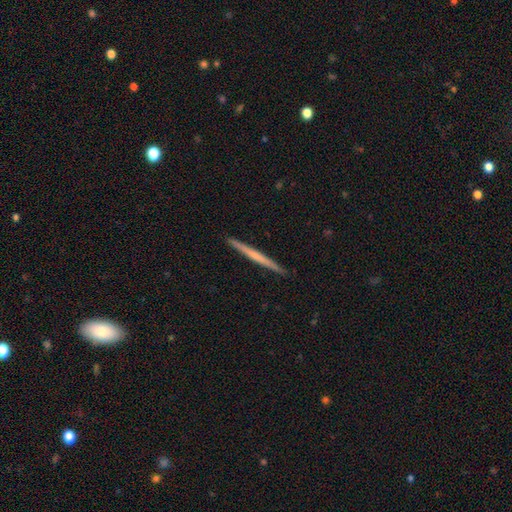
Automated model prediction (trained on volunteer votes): featured or disk 54%, smooth 41%, star or artifact 5%. Down the decision tree: edge-on disk — yes (98%); edge-on bulge — none (78%); merging — none (93%).